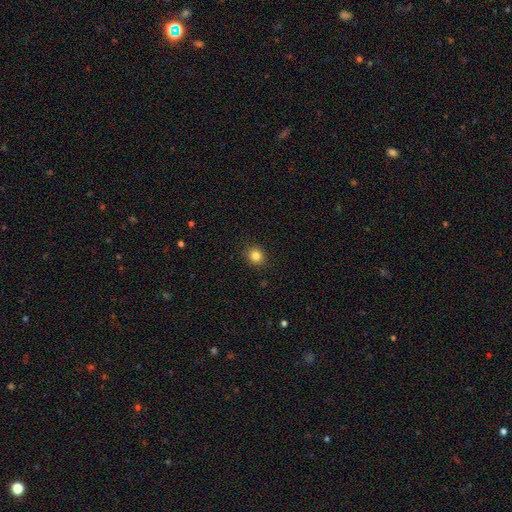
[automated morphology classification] smooth-or-featured: smooth: 84% | star or artifact: 11% | featured or disk: 5%
  how-rounded: round: 75% | in between: 24% | cigar-shaped: 1%
  merging: none: 90% | minor disturbance: 7% | major disturbance: 2% | merger: 1%